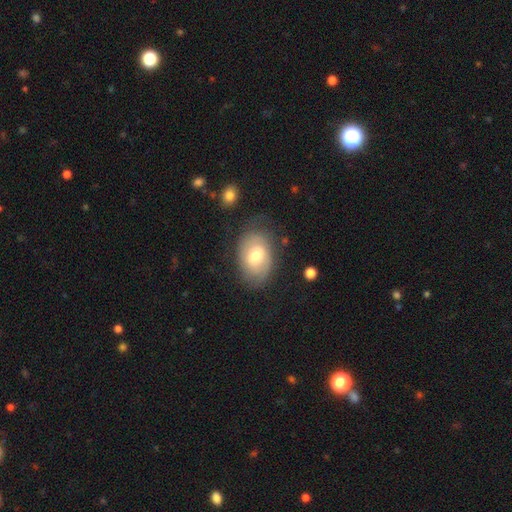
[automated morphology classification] This appears to be a smooth galaxy with no disk features (51%) that is in between round and cigar-shaped (83%). Merging: none (67%).